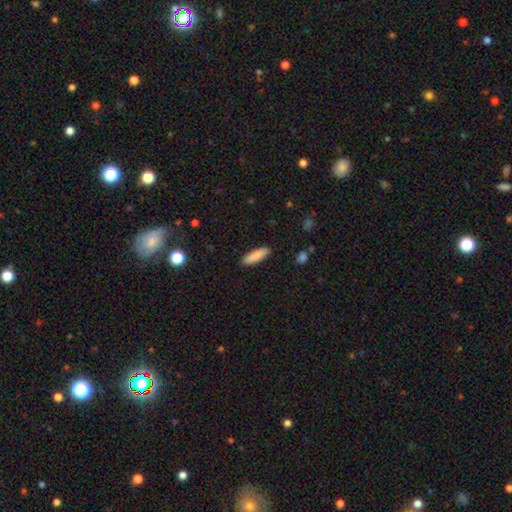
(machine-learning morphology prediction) A smooth galaxy with no disk features (86%) that is cigar-shaped (59%).

Vote fractions:
- Smooth or featured? smooth: 86% / featured or disk: 8% / star or artifact: 6%
- How rounded? cigar-shaped: 59% / in between: 39% / round: 2%
- Merging? none: 89% / minor disturbance: 8% / major disturbance: 2% / merger: 1%